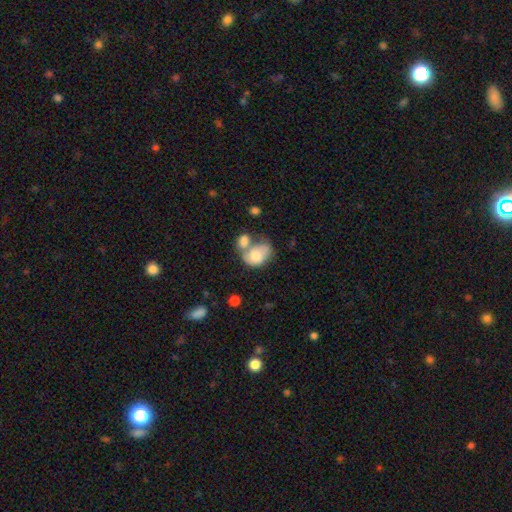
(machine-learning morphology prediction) smooth_or_featured: smooth (p=0.69) [alt: featured or disk p=0.24]
how_rounded: in between (p=0.70) [alt: round p=0.29]
merging: merger (p=0.56) [alt: none p=0.18]